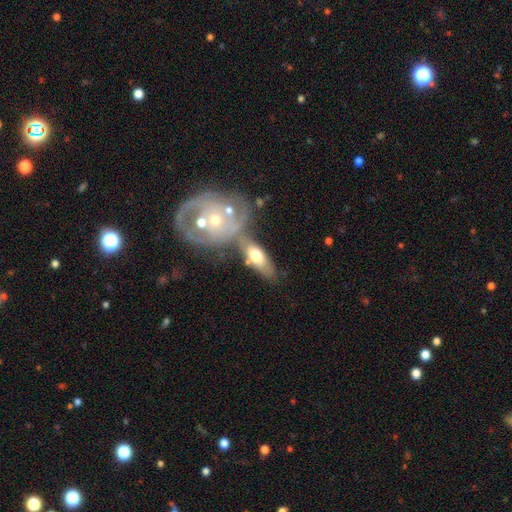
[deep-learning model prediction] Morphology: type=smooth (53%); roundness=in between (77%); merging=merger (39%).